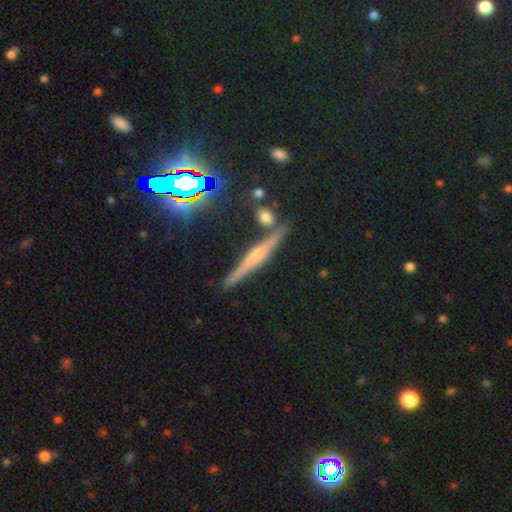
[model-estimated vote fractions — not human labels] A featured or disk galaxy (59%) viewed edge-on (96%) with a rounded central bulge (60%).

Vote fractions:
- Smooth or featured? featured or disk: 59% / smooth: 25% / star or artifact: 15%
- Edge-on disk? yes: 96% / no: 4%
- Edge-on bulge? rounded: 60% / boxy: 21% / none: 18%
- Merging? none: 82% / minor disturbance: 10% / merger: 6% / major disturbance: 3%